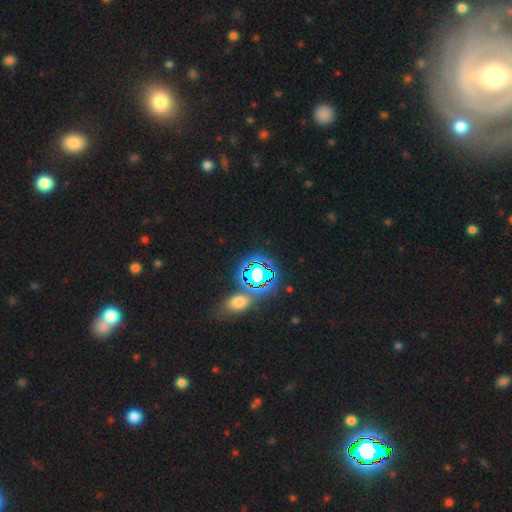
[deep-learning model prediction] This appears to be a star or artifact, not a galaxy (69%).